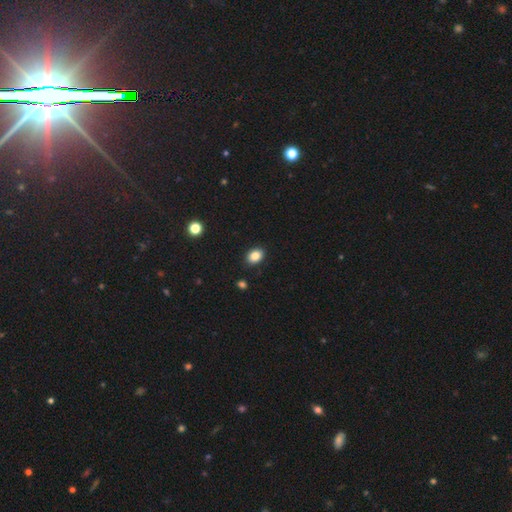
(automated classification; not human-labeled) Smooth or featured? smooth (86%)
How rounded? in between (69%)
Merging? none (89%)